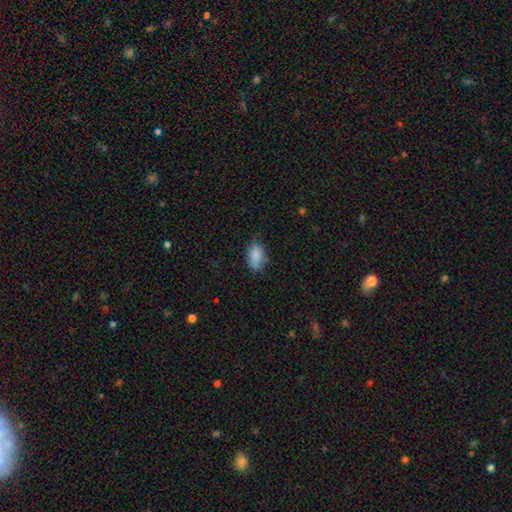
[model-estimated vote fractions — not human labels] smooth-or-featured: smooth: 87% | star or artifact: 7% | featured or disk: 6%
  how-rounded: in between: 92% | round: 5% | cigar-shaped: 3%
  merging: none: 68% | minor disturbance: 25% | major disturbance: 5% | merger: 1%